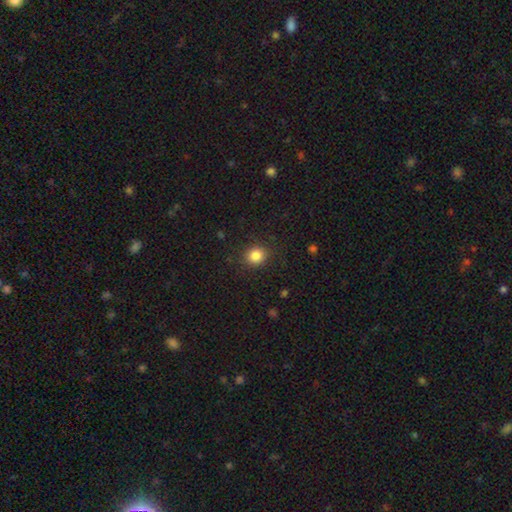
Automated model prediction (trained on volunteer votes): Q: Smooth or featured?
A: smooth (84%); runner-up: star or artifact (11%)
Q: How rounded?
A: round (81%); runner-up: in between (18%)
Q: Merging?
A: none (88%); runner-up: minor disturbance (8%)